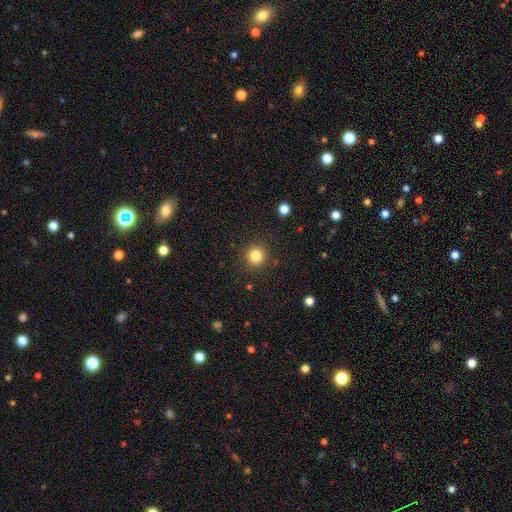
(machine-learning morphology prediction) Smooth or featured? Predicted: smooth (p=0.82). How rounded? Predicted: round (p=0.94). Merging? Predicted: none (p=0.89).